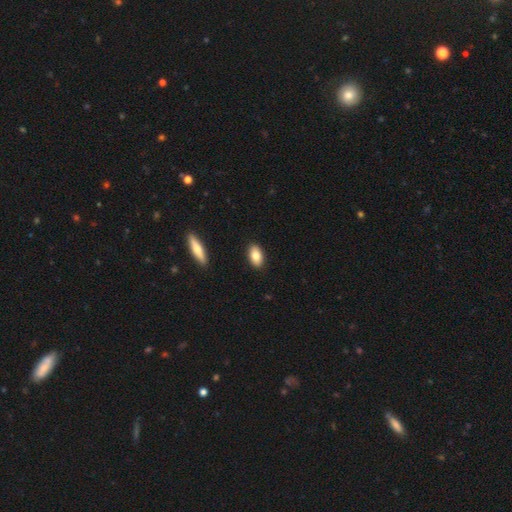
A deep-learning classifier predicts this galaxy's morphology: Smooth or featured? Predicted: smooth (p=0.82). How rounded? Predicted: in between (p=0.91). Merging? Predicted: none (p=0.90).